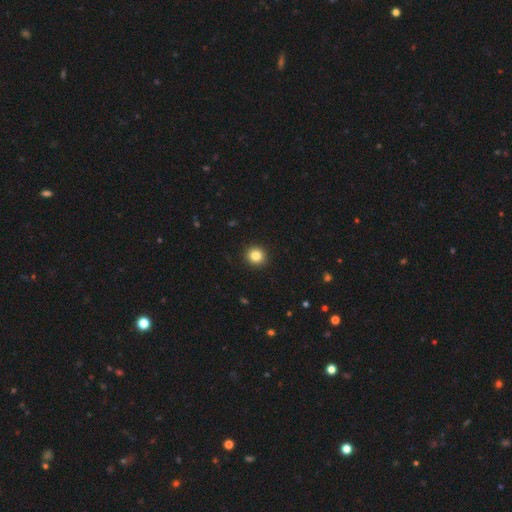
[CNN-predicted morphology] This is clearly a smooth galaxy (84%). How rounded: clearly round (91%). Merging: clearly none (93%).